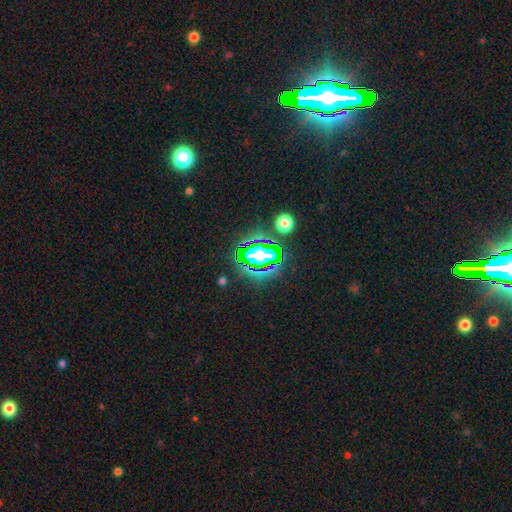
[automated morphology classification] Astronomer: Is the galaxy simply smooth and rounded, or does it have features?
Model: star or artifact — 71%.